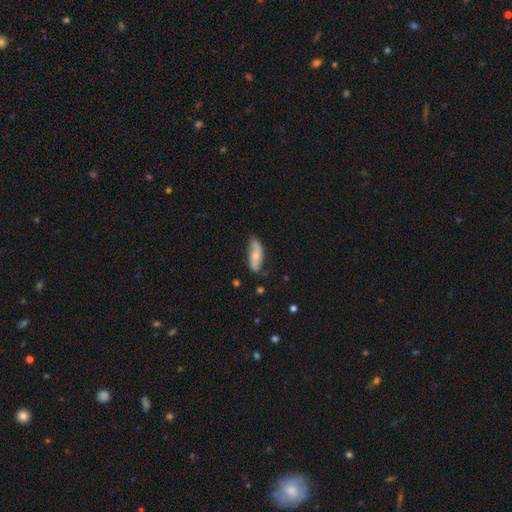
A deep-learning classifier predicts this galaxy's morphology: Smooth or featured? featured or disk (47%, tied with smooth)
Merging? none (71%)